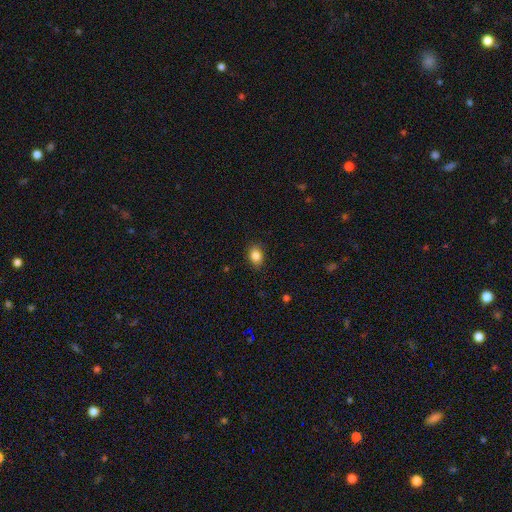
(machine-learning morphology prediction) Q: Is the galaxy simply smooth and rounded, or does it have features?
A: smooth — 85%.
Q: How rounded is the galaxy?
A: in between — 67%.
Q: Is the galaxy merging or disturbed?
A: none — 86%.